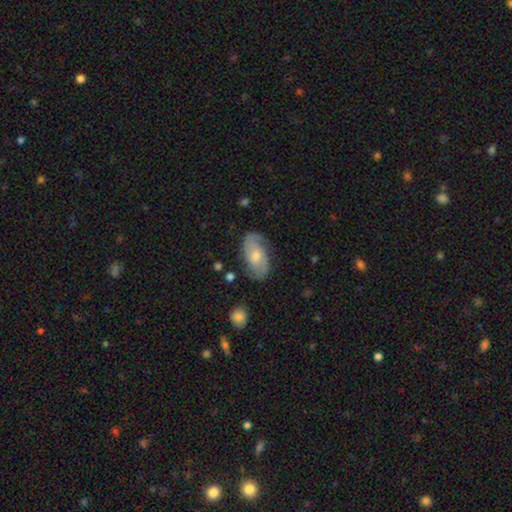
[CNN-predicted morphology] This is likely a featured or disk galaxy (68%). It is clearly not viewed edge-on (95%). Bar: possibly no (57%). Spiral arm pattern: clearly yes (91%). Spiral arm count: likely 2 (79%). Spiral winding: marginally medium (43%). Central bulge: possibly moderate (54%). Merging: likely none (76%).